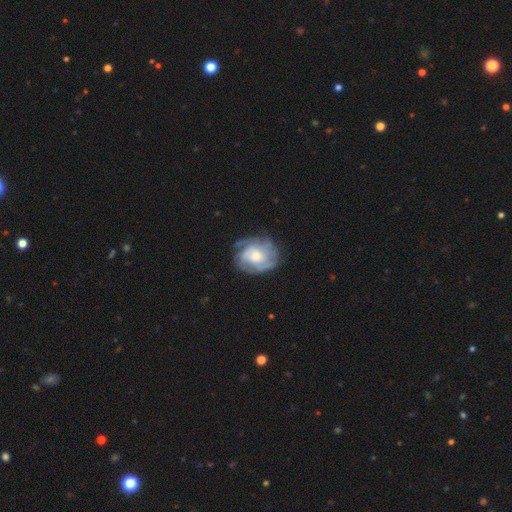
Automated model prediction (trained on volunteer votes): Smooth or featured? Predicted: featured or disk (p=0.74). Edge-on disk? Predicted: no (p=0.97). Bar? Predicted: no (p=0.73). Spiral arms? Predicted: yes (p=0.88). Spiral winding? Predicted: tight (p=0.56). Spiral arm count? Predicted: can't tell (p=0.41). Bulge size? Predicted: moderate (p=0.51). Merging? Predicted: none (p=0.67).